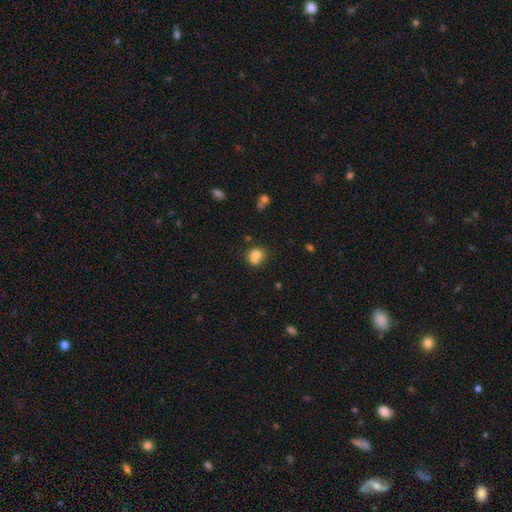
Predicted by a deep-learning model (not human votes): This is likely a smooth galaxy (76%). How rounded: likely round (68%). Merging: marginally none (40%).